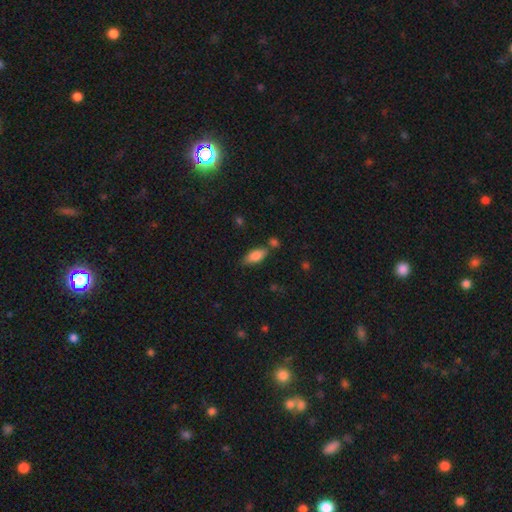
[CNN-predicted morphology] smooth-or-featured: smooth: 82% | featured or disk: 11% | star or artifact: 7%
  how-rounded: in between: 81% | cigar-shaped: 17% | round: 3%
  merging: none: 66% | minor disturbance: 17% | merger: 13% | major disturbance: 4%